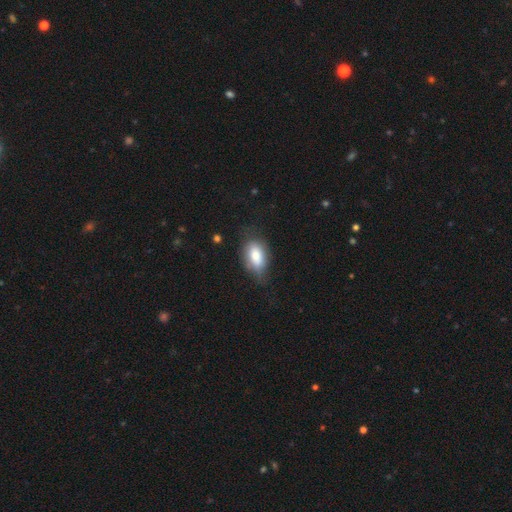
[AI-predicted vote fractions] Morphology: type=smooth (77%); roundness=in between (90%); merging=none (59%).